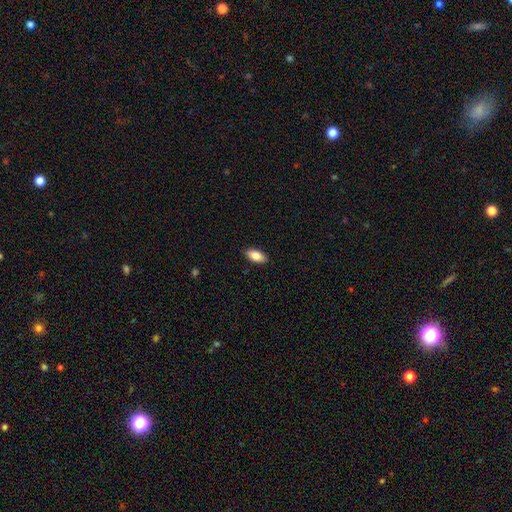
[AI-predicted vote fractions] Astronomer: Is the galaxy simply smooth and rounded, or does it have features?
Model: smooth — 84%.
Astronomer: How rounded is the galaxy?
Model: in between — 89%.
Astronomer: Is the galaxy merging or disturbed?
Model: none — 89%.